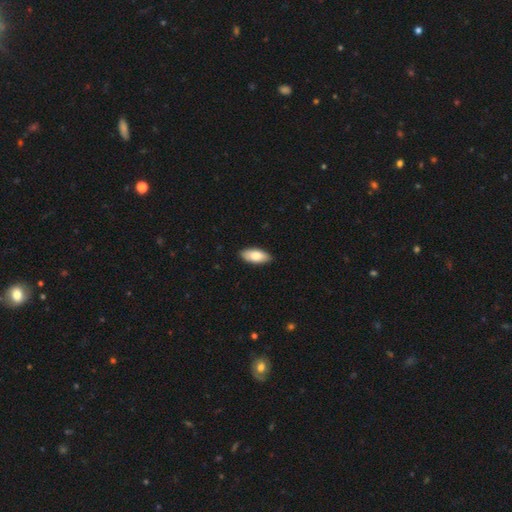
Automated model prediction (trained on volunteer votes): This is likely a smooth galaxy (80%). How rounded: clearly in between (89%). Merging: clearly none (89%).